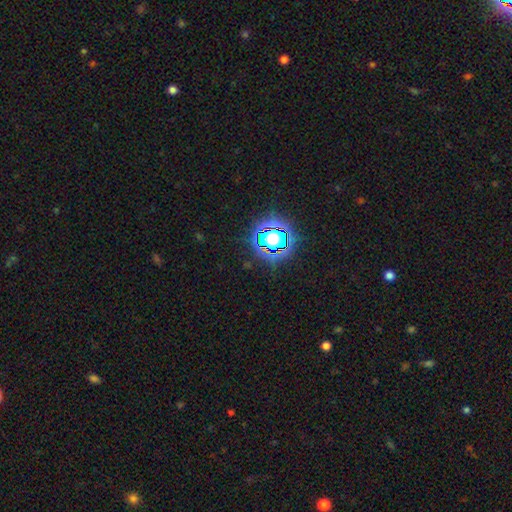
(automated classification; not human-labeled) Smooth or featured: star or artifact — 78% (smooth — 14%)